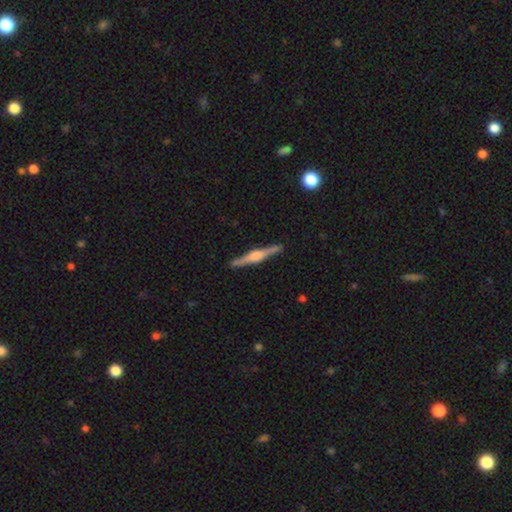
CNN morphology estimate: Smooth or featured?
  - featured or disk: 79% *
  - smooth: 16%
  - star or artifact: 5%
Edge-on disk?
  - yes: 98% *
  - no: 2%
Edge-on bulge?
  - rounded: 79% *
  - boxy: 17%
  - none: 4%
Merging?
  - none: 91% *
  - minor disturbance: 6%
  - major disturbance: 1%
  - merger: 1%